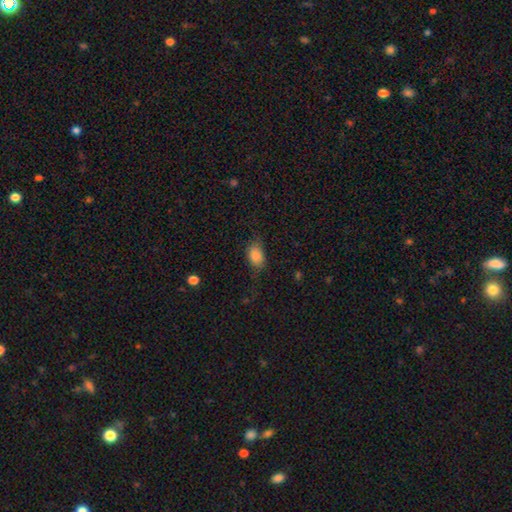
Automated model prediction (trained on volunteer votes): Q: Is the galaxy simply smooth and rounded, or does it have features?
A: smooth — 84%.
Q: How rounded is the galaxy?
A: in between — 83%.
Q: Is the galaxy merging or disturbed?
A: none — 64%.